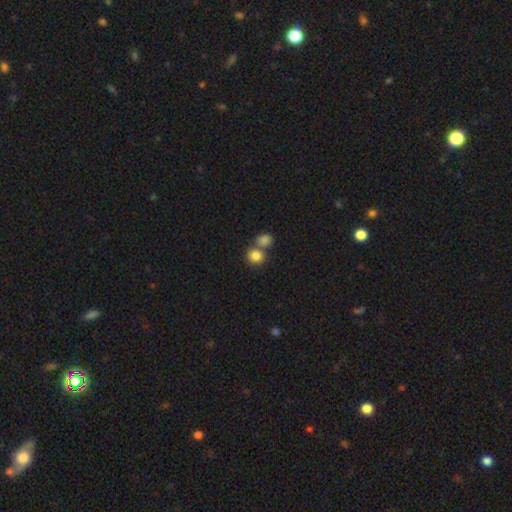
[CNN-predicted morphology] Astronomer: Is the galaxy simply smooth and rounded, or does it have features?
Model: smooth — 84%.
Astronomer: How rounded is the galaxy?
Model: round — 79%.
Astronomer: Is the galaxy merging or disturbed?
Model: none — 49% (runner-up: merger, 41%).